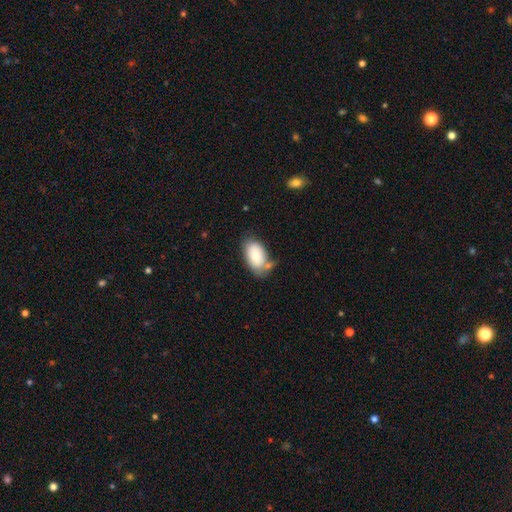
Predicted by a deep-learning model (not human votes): This is likely a smooth galaxy (70%). How rounded: clearly in between (91%). Merging: possibly none (49%).